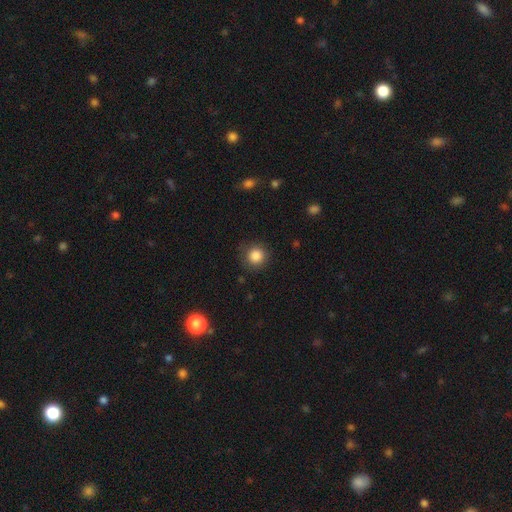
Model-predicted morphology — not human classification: The model was most divided on "merging": none: 84%, minor disturbance: 11%, major disturbance: 4%, merger: 1%. More confident: how rounded — round (93%); smooth or featured — smooth (86%).